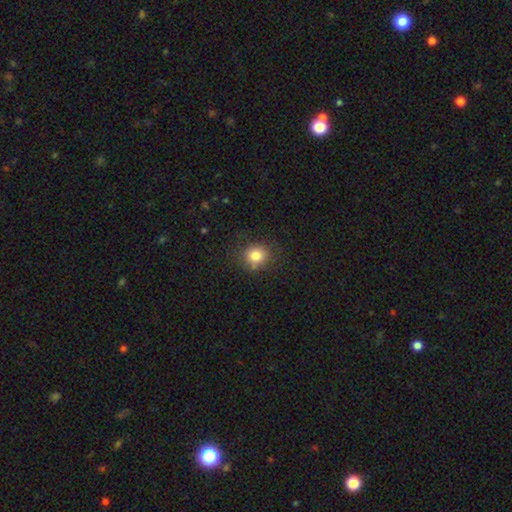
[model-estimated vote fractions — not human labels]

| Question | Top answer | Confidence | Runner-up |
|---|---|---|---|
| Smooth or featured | smooth | 82% | star or artifact (11%) |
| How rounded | round | 78% | in between (21%) |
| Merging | none | 79% | minor disturbance (14%) |